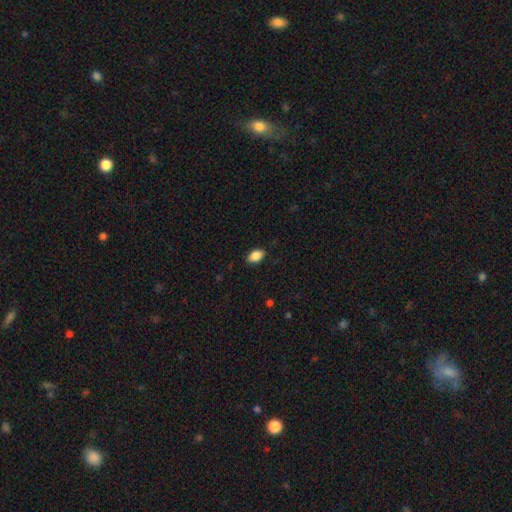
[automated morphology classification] This appears to be a smooth galaxy with no disk features (87%) that is in between round and cigar-shaped (90%). Merging: none (86%).